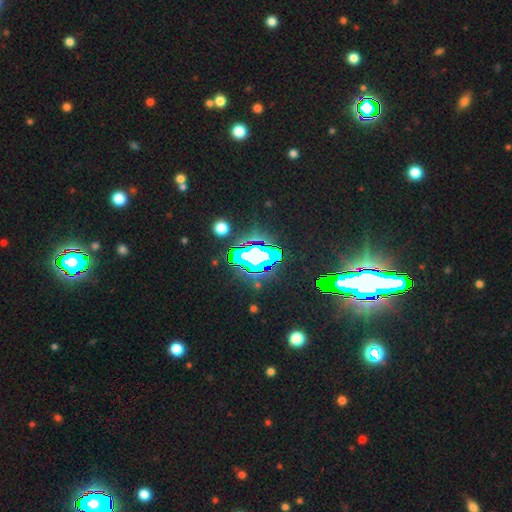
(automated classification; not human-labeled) A star or artifact, not a galaxy (73%).